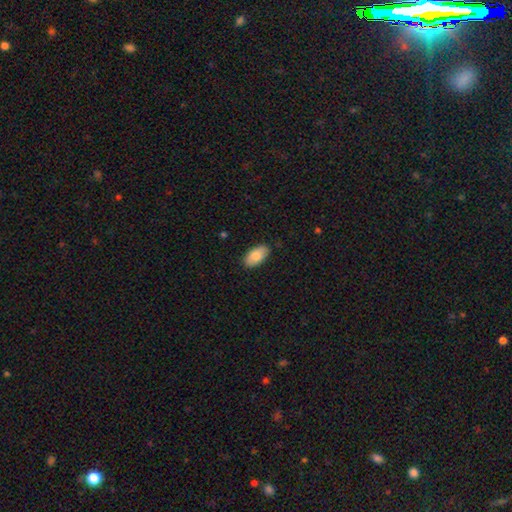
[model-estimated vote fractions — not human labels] Smooth or featured?
  - smooth: 82% *
  - featured or disk: 12%
  - star or artifact: 6%
How rounded?
  - in between: 95% *
  - round: 3%
  - cigar-shaped: 2%
Merging?
  - none: 86% *
  - minor disturbance: 11%
  - major disturbance: 2%
  - merger: 1%